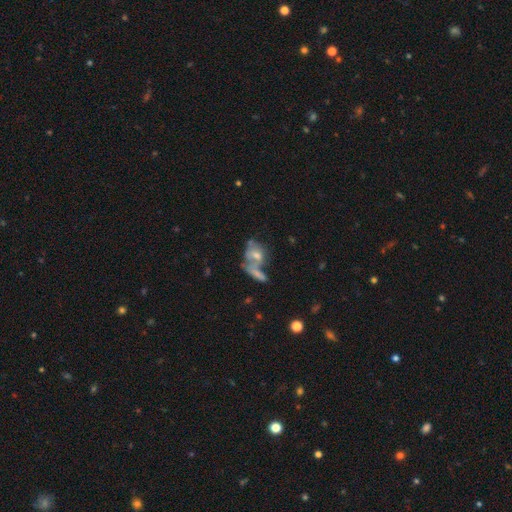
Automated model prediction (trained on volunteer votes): The model was most divided on "smooth or featured": smooth: 44%, featured or disk: 41%, star or artifact: 15%. Remaining: merging — merger (48%).